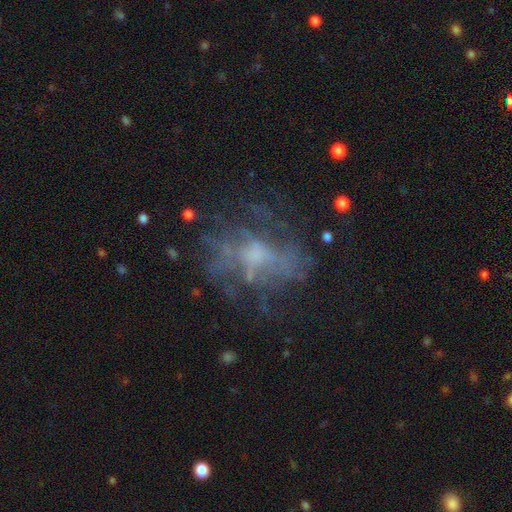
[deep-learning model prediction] This is likely a featured or disk galaxy (68%). It is clearly not viewed edge-on (96%). Bar: likely no (72%). Spiral arm pattern: possibly no (52%). Central bulge: marginally moderate (40%). Merging: possibly none (57%).